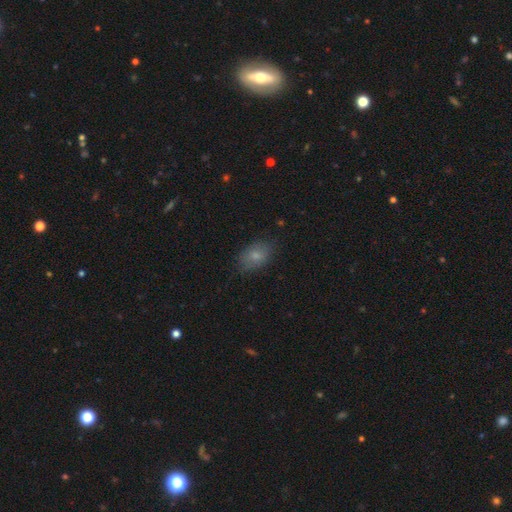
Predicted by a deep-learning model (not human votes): Smooth or featured? smooth (78%)
How rounded? in between (86%)
Merging? none (76%)